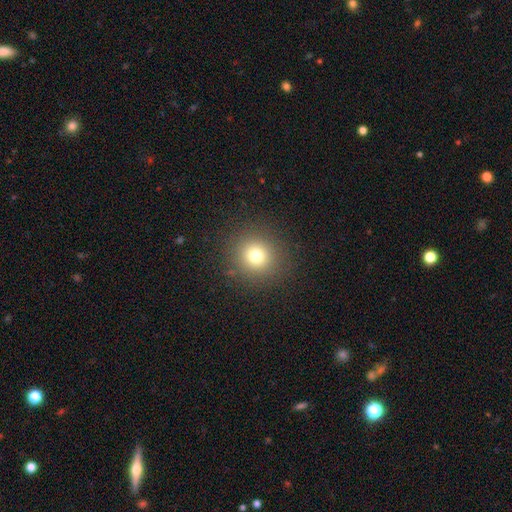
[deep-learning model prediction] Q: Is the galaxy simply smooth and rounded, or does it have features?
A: smooth — 76%.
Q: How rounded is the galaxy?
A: round — 92%.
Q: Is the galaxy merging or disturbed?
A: none — 89%.